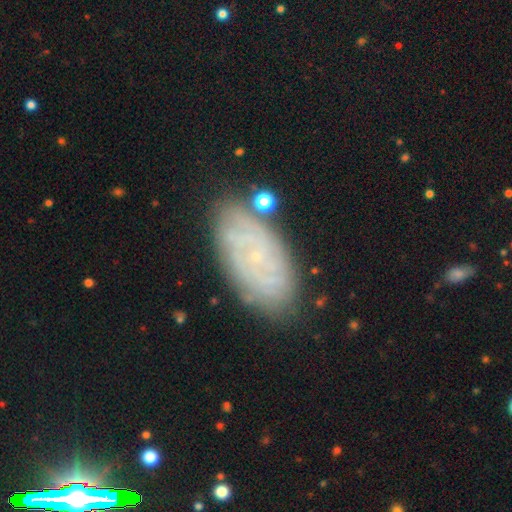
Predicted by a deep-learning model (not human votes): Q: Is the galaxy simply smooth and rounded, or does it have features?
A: featured or disk — 73%.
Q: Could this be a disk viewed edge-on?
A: no — 94%.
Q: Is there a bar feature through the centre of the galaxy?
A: no — 76%.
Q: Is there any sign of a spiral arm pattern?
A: yes — 89%.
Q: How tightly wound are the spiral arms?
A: tight — 73%.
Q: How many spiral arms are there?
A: can't tell — 46%.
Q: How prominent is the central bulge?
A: small — 87%.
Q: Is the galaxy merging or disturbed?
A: none — 79%.